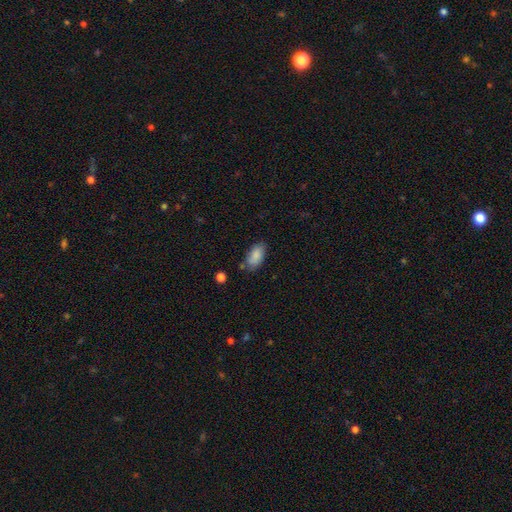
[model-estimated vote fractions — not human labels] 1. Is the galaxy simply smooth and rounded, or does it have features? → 86% smooth, 7% star or artifact, 7% featured or disk.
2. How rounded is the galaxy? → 92% in between, 5% cigar-shaped, 3% round.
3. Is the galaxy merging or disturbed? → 72% none, 19% minor disturbance, 5% merger, 4% major disturbance.